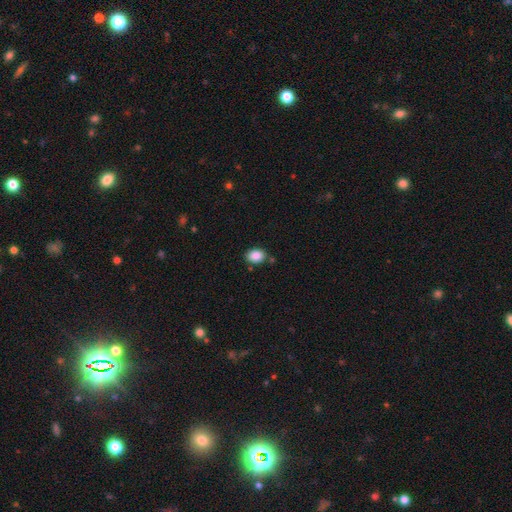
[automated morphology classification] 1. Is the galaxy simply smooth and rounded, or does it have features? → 87% smooth, 8% star or artifact, 4% featured or disk.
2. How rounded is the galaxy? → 69% in between, 30% round, 1% cigar-shaped.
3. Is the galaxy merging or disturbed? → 80% none, 13% minor disturbance, 5% merger, 3% major disturbance.